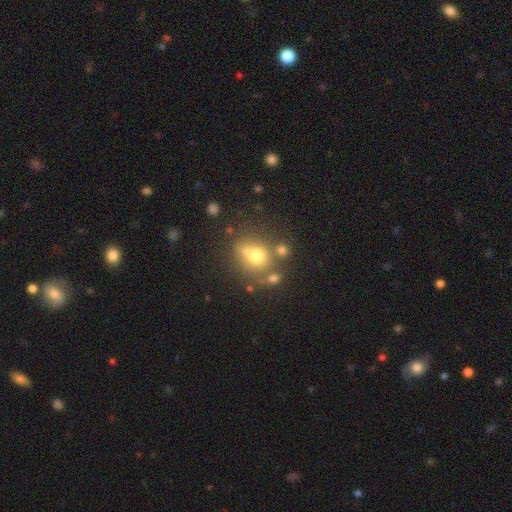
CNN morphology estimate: Smooth or featured? smooth (63%)
How rounded? round (75%)
Merging? none (49%)